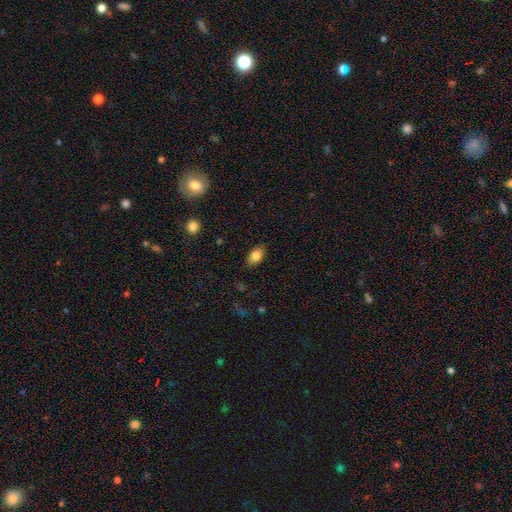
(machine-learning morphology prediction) A smooth galaxy with no disk features (83%) that is in between round and cigar-shaped (86%). Merging: none (84%).